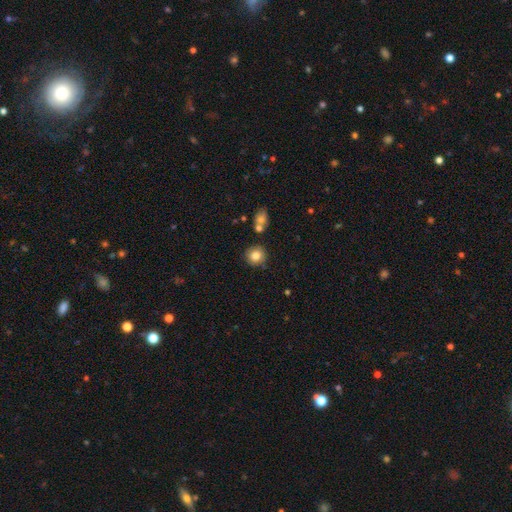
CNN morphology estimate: A smooth galaxy with no disk features (82%) that is round (90%).

Vote fractions:
- Smooth or featured? smooth: 82% / star or artifact: 10% / featured or disk: 8%
- How rounded? round: 90% / in between: 9% / cigar-shaped: 1%
- Merging? none: 80% / minor disturbance: 11% / merger: 6% / major disturbance: 3%